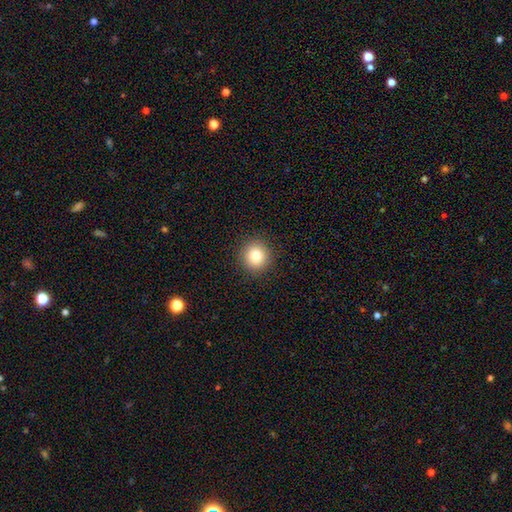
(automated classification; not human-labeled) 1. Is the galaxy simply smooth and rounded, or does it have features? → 82% smooth, 11% star or artifact, 7% featured or disk.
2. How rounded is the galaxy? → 92% round, 7% in between, 1% cigar-shaped.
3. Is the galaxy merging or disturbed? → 92% none, 5% minor disturbance, 2% major disturbance, 1% merger.